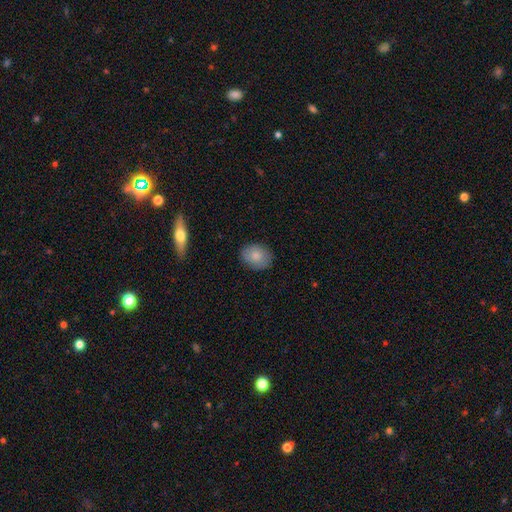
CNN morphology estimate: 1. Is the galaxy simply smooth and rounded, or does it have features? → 82% smooth, 11% featured or disk, 7% star or artifact.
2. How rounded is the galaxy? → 58% in between, 41% round, 1% cigar-shaped.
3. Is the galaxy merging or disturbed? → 86% none, 11% minor disturbance, 2% major disturbance, 1% merger.